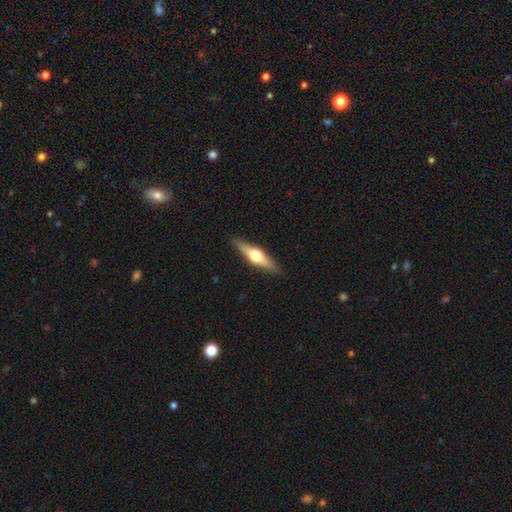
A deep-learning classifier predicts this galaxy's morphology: The model was most divided on "smooth or featured": featured or disk: 60%, smooth: 34%, star or artifact: 6%. More confident: edge-on disk — yes (95%); edge-on bulge — rounded (95%); merging — none (89%).